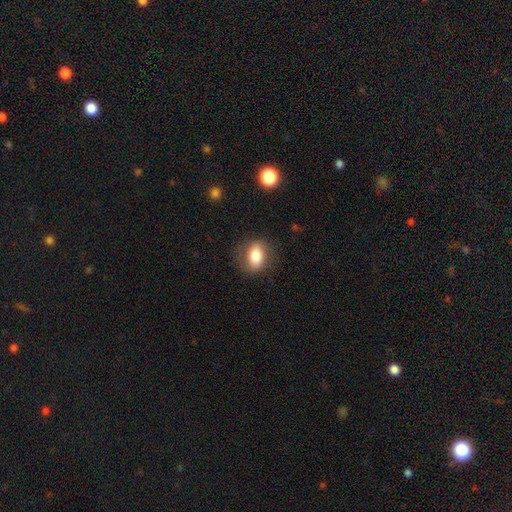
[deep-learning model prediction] Smooth or featured? Predicted: smooth (p=0.77). How rounded? Predicted: in between (p=0.72). Merging? Predicted: none (p=0.80).